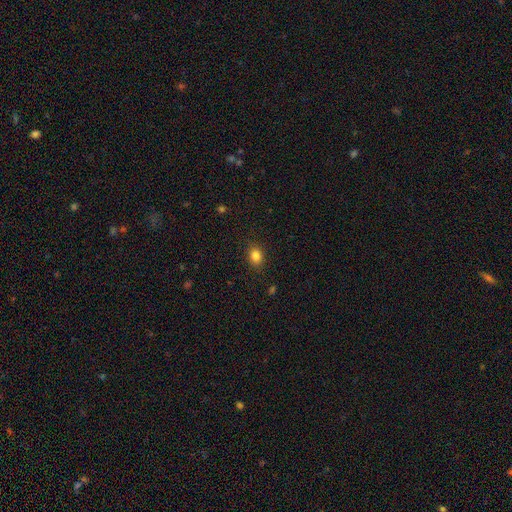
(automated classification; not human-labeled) smooth-or-featured: smooth: 84% | star or artifact: 11% | featured or disk: 5%
  how-rounded: in between: 52% | round: 47% | cigar-shaped: 1%
  merging: none: 87% | minor disturbance: 9% | major disturbance: 3% | merger: 1%